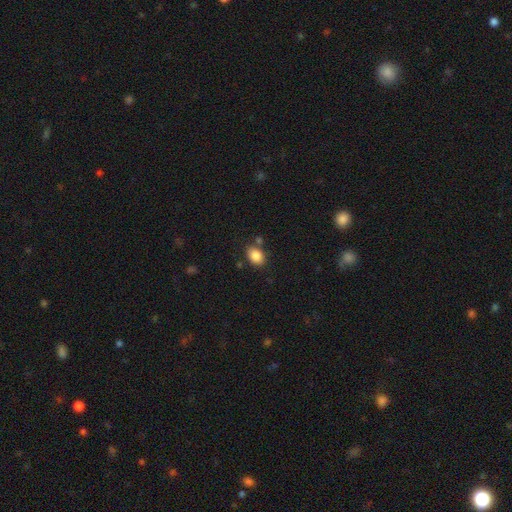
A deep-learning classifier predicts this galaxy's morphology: A smooth galaxy with no disk features (85%) that is in between round and cigar-shaped (71%). Merging: none (76%).